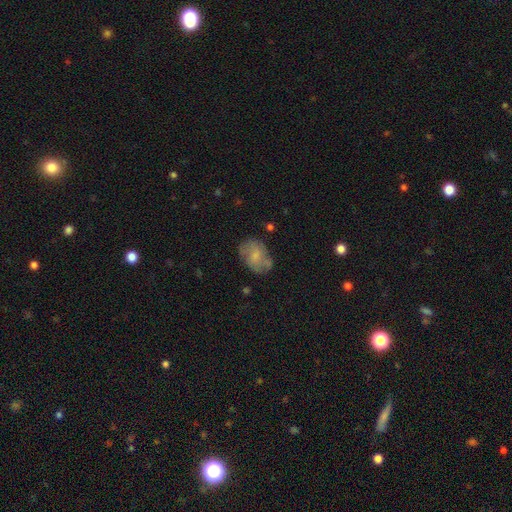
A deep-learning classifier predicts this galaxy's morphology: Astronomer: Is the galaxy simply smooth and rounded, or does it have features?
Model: smooth — 60%.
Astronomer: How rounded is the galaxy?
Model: in between — 74%.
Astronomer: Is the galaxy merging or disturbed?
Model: none — 59%.